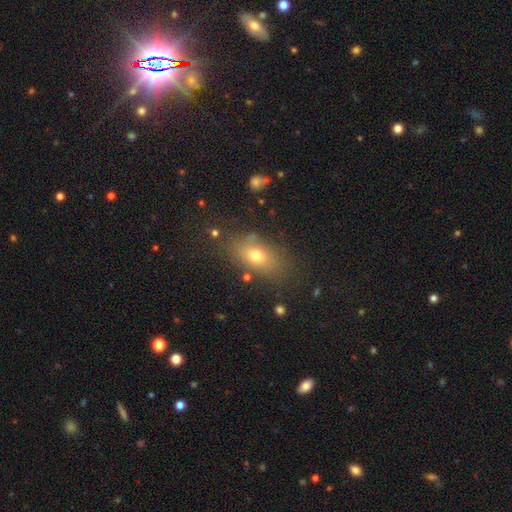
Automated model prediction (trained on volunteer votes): The model was most divided on "smooth or featured": smooth: 69%, featured or disk: 16%, star or artifact: 15%. More confident: how rounded — in between (79%); merging — none (78%).